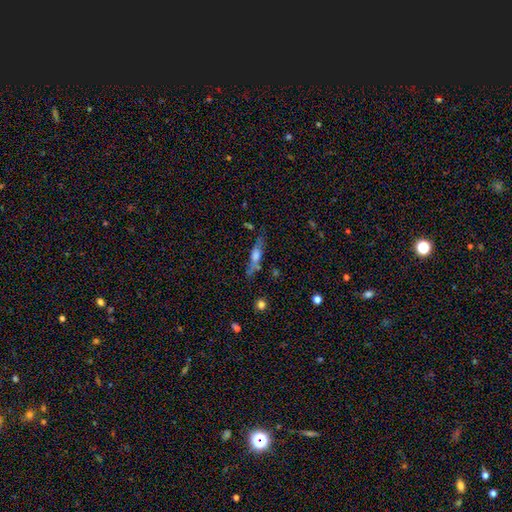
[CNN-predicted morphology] Q: Smooth or featured?
A: featured or disk (52%); runner-up: smooth (38%)
Q: Edge-on disk?
A: yes (84%); runner-up: no (16%)
Q: Merging?
A: none (70%); runner-up: minor disturbance (18%)